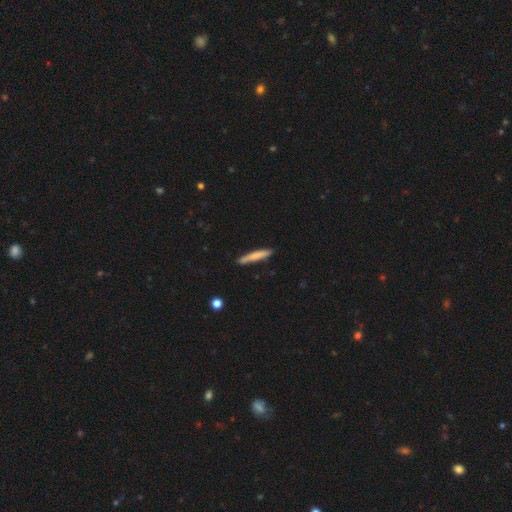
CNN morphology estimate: smooth 72%, featured or disk 22%, star or artifact 6%. Down the decision tree: how rounded — cigar-shaped (94%); merging — none (83%).